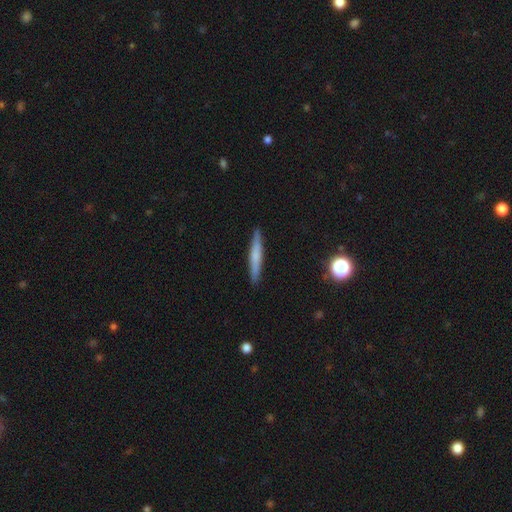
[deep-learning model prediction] This appears to be a smooth galaxy with no disk features (58%) that is cigar-shaped (95%). Merging: none (91%).